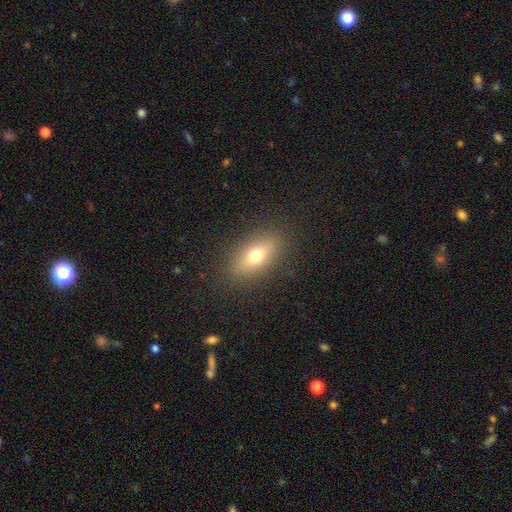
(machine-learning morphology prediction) Smooth or featured?
  - smooth: 66% *
  - featured or disk: 23%
  - star or artifact: 11%
How rounded?
  - in between: 77% *
  - cigar-shaped: 13%
  - round: 10%
Merging?
  - none: 87% *
  - minor disturbance: 9%
  - major disturbance: 3%
  - merger: 1%